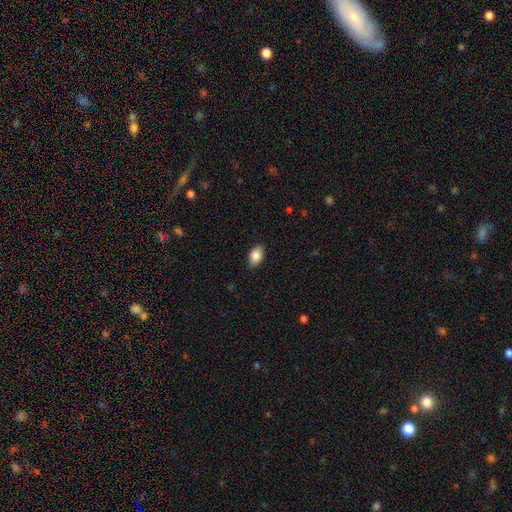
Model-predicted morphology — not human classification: This is clearly a smooth galaxy (87%). How rounded: clearly in between (86%). Merging: clearly none (85%).